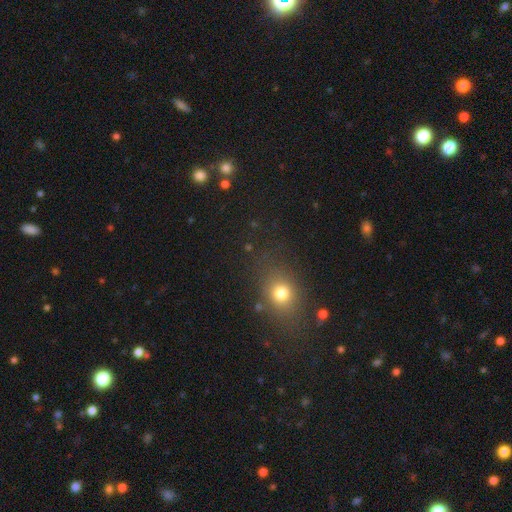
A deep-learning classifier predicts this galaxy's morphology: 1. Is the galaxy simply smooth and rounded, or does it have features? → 58% smooth, 32% star or artifact, 10% featured or disk.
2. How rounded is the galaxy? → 52% round, 44% in between, 3% cigar-shaped.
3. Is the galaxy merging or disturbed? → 81% none, 12% minor disturbance, 4% major disturbance, 2% merger.